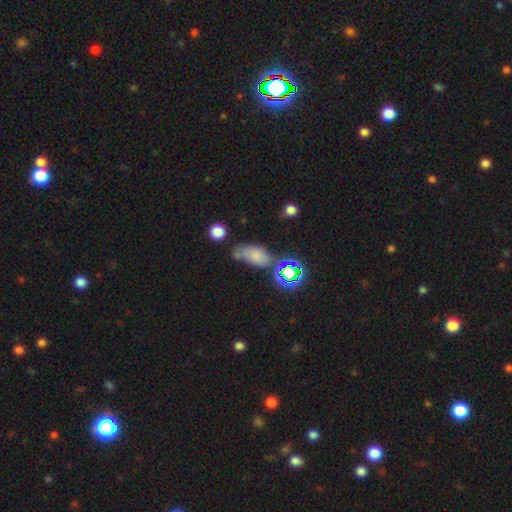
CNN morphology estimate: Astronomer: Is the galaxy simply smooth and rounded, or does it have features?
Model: smooth — 65%.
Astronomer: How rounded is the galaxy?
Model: in between — 85%.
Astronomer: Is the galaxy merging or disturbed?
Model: none — 43% (runner-up: minor disturbance, 27%).